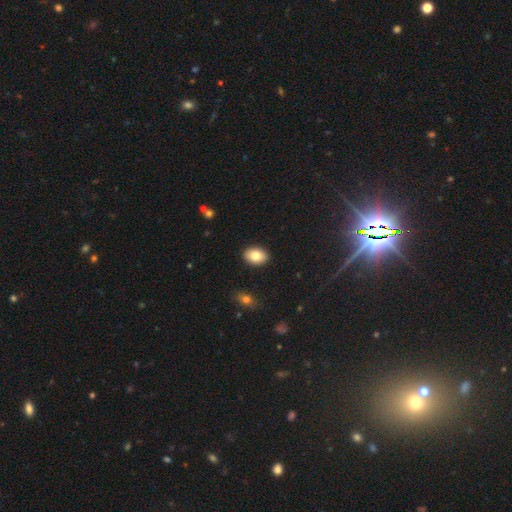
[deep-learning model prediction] Smooth or featured? smooth (82%)
How rounded? in between (80%)
Merging? none (90%)